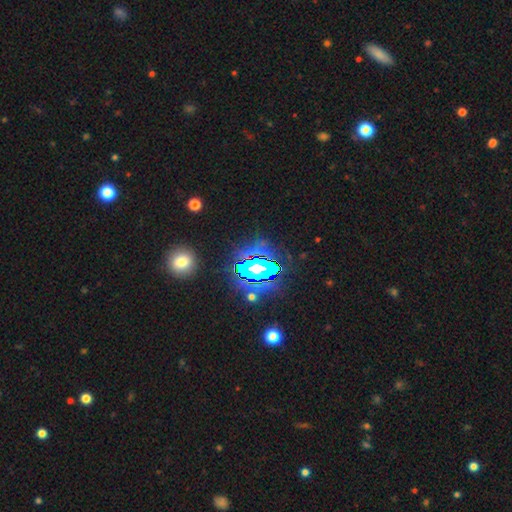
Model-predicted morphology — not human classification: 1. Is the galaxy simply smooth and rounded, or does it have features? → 81% star or artifact, 12% smooth, 8% featured or disk.